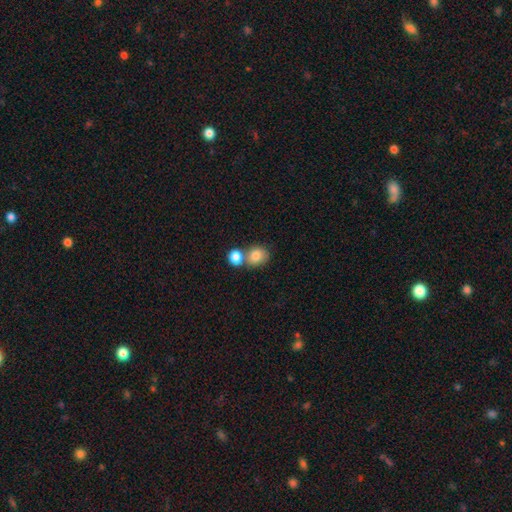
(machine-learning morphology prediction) smooth_or_featured: smooth (p=0.82) [alt: star or artifact p=0.09]
how_rounded: round (p=0.69) [alt: in between p=0.30]
merging: none (p=0.45) [alt: merger p=0.44]